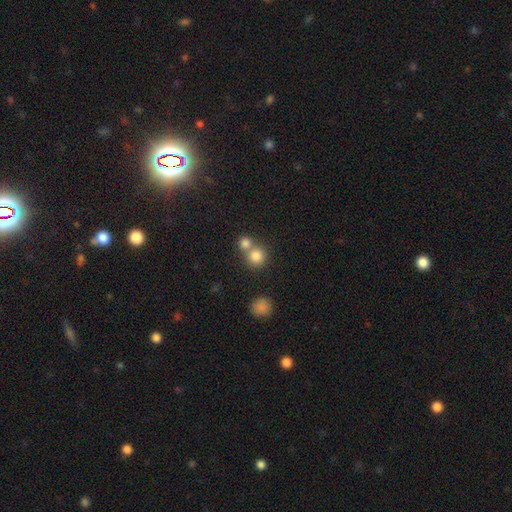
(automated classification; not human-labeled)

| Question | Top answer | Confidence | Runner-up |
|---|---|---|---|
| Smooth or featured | smooth | 81% | star or artifact (11%) |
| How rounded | round | 90% | in between (9%) |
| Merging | none | 50% | merger (42%) |